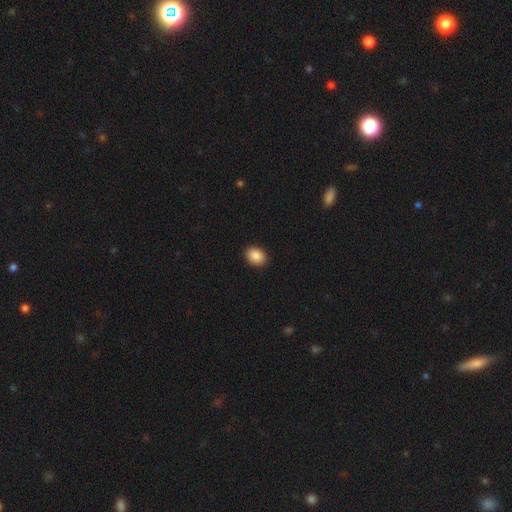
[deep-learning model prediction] The model was most divided on "how rounded": in between: 65%, round: 34%, cigar-shaped: 1%. More confident: merging — none (91%); smooth or featured — smooth (89%).